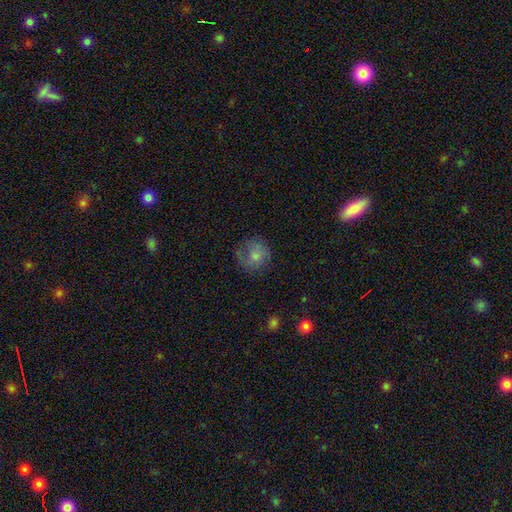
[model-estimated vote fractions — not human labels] smooth 62%, featured or disk 25%, star or artifact 13%. Down the decision tree: how rounded — round (82%); merging — none (66%).